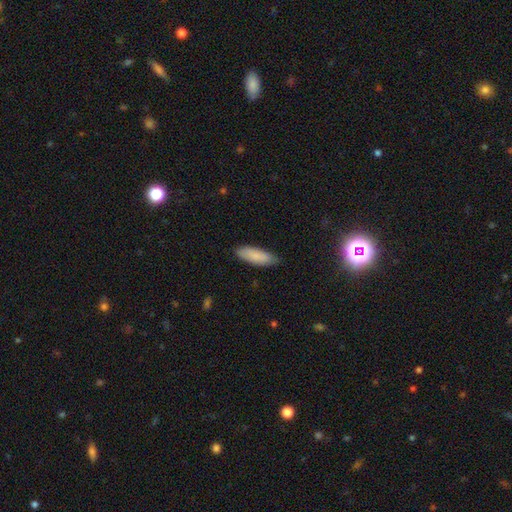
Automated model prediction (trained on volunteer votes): smooth-or-featured: smooth: 85% | featured or disk: 9% | star or artifact: 6%
  how-rounded: in between: 59% | cigar-shaped: 39% | round: 2%
  merging: none: 81% | minor disturbance: 16% | major disturbance: 2% | merger: 1%